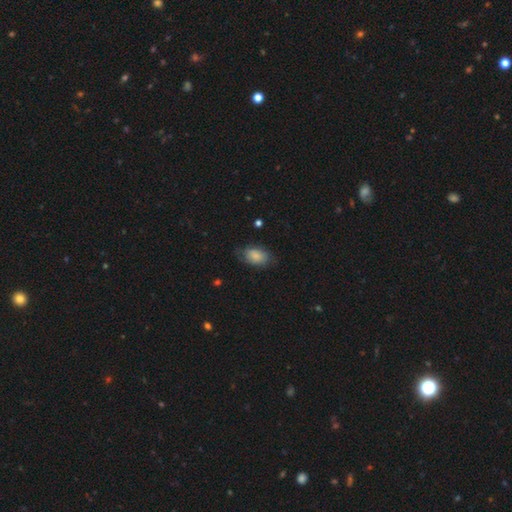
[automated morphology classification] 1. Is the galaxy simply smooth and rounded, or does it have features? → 78% smooth, 15% featured or disk, 7% star or artifact.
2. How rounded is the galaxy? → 88% in between, 10% round, 2% cigar-shaped.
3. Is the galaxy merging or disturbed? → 63% none, 27% minor disturbance, 8% major disturbance, 1% merger.